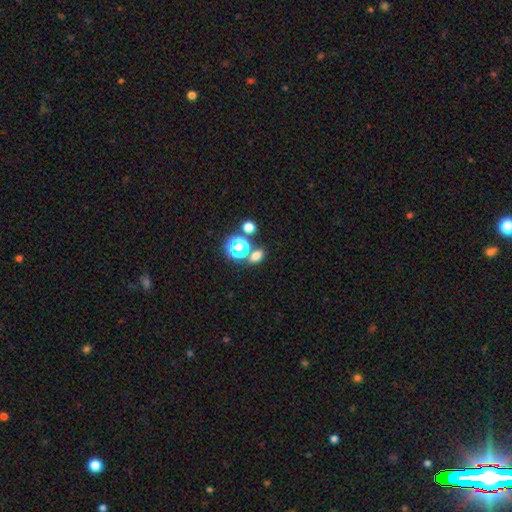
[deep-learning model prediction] Overall: smooth (67%). How rounded: in between (62%; round 36%). Merging: none (64%).